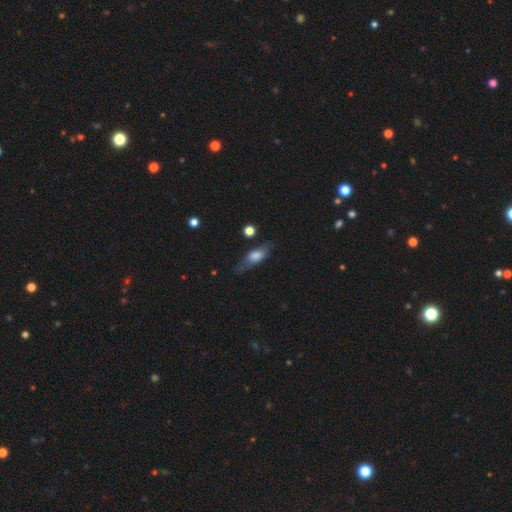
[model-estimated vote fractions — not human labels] A smooth galaxy with no disk features (63%) that is in between round and cigar-shaped (61%).

Vote fractions:
- Smooth or featured? smooth: 63% / featured or disk: 30% / star or artifact: 8%
- How rounded? in between: 61% / cigar-shaped: 34% / round: 5%
- Merging? none: 66% / minor disturbance: 22% / major disturbance: 8% / merger: 3%